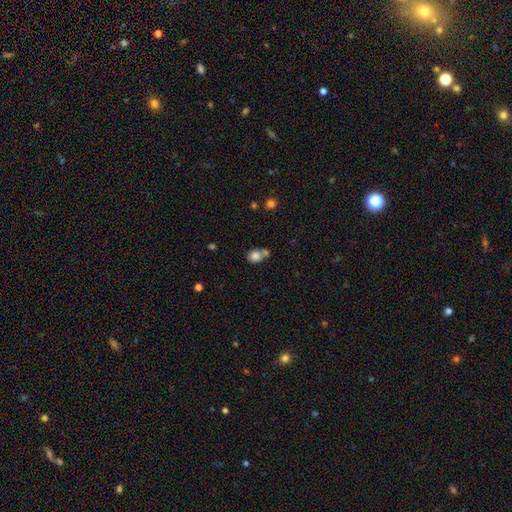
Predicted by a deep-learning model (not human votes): A smooth galaxy with no disk features (82%) that is round (61%). Merging: none (44%).